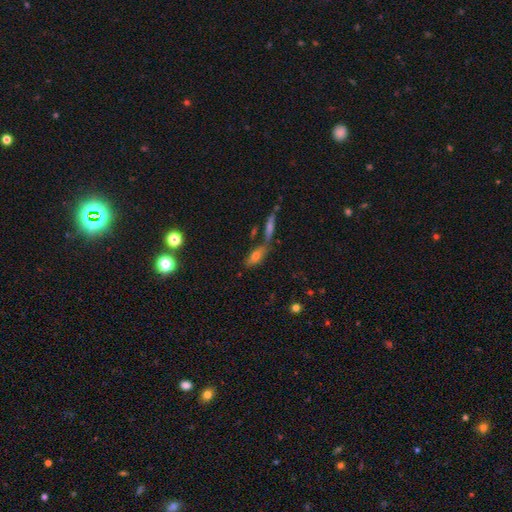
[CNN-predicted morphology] type=smooth (63%); roundness=in between (69%); merging=none (54%).